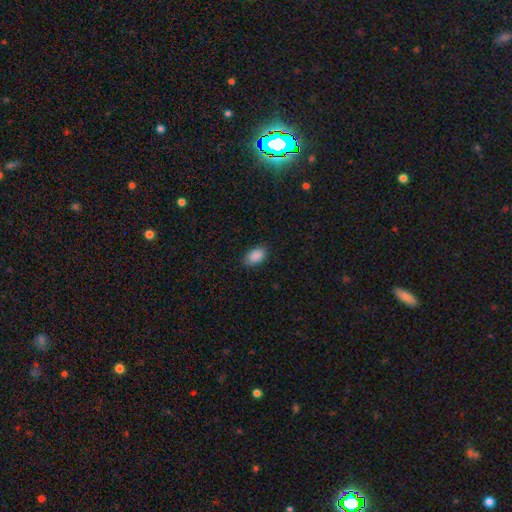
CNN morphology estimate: A smooth galaxy with no disk features (89%) that is in between round and cigar-shaped (91%). Merging: none (83%).